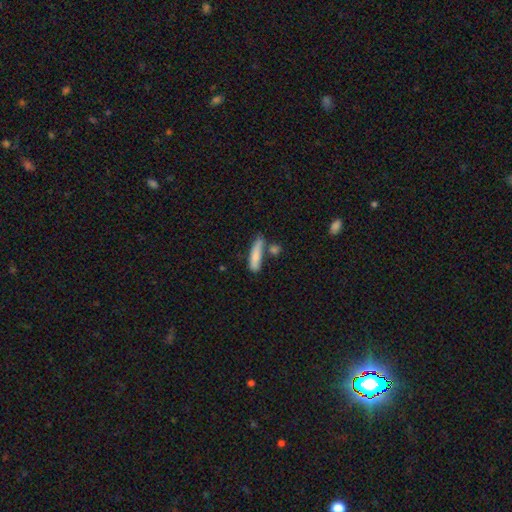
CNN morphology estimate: smooth-or-featured: smooth: 80% | featured or disk: 14% | star or artifact: 7%
  how-rounded: cigar-shaped: 74% | in between: 24% | round: 2%
  merging: none: 57% | minor disturbance: 20% | merger: 17% | major disturbance: 6%